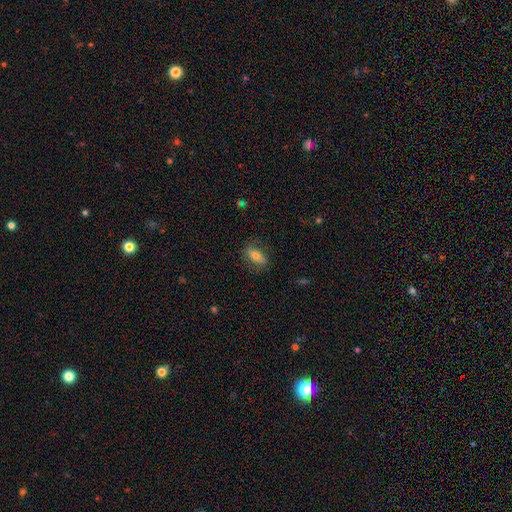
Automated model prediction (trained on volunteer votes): Smooth or featured?
  - smooth: 65% *
  - featured or disk: 26%
  - star or artifact: 9%
How rounded?
  - in between: 84% *
  - round: 8%
  - cigar-shaped: 8%
Merging?
  - none: 77% *
  - minor disturbance: 16%
  - major disturbance: 6%
  - merger: 1%